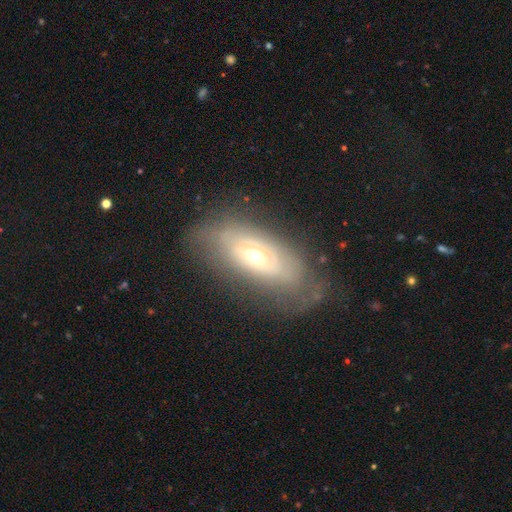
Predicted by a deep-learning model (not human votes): Morphology: type=featured or disk (62%); edge-on=no (83%); bar=no (78%); spiral arms=yes (51%); bulge=moderate (55%); merging=none (65%).